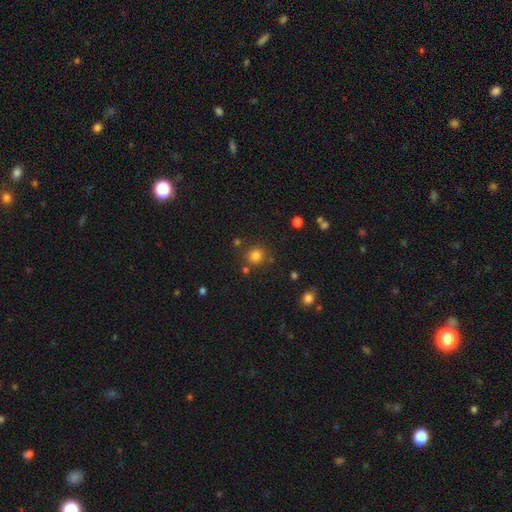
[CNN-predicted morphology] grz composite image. It shows a smooth galaxy with no disk features (80%) that is round (88%). Merging: none (80%).